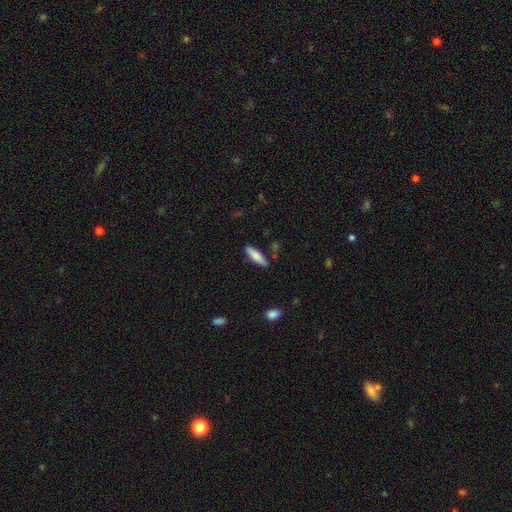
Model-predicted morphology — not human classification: This appears to be a smooth galaxy with no disk features (80%) that is cigar-shaped (65%). Merging: none (84%).